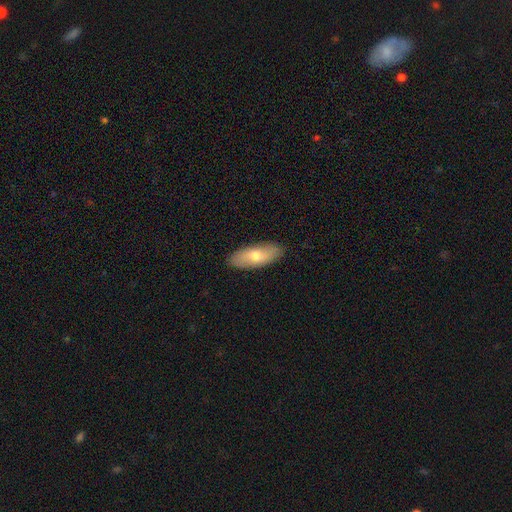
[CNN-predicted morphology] Smooth or featured?
  - smooth: 67% *
  - featured or disk: 27%
  - star or artifact: 6%
How rounded?
  - in between: 76% *
  - cigar-shaped: 21%
  - round: 3%
Merging?
  - none: 88% *
  - minor disturbance: 9%
  - major disturbance: 2%
  - merger: 1%